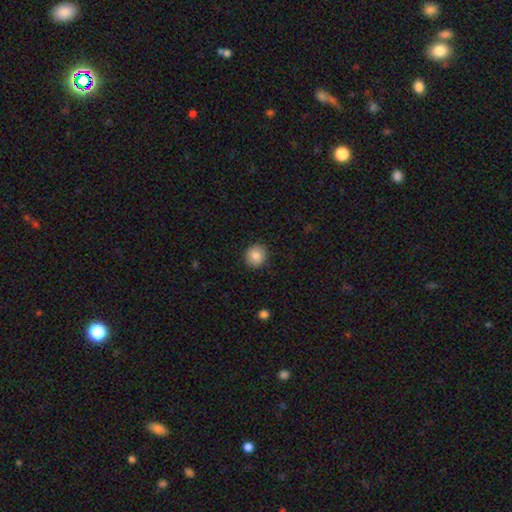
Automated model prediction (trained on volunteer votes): smooth-or-featured: smooth: 86% | star or artifact: 8% | featured or disk: 6%
  how-rounded: round: 85% | in between: 14% | cigar-shaped: 1%
  merging: none: 89% | minor disturbance: 8% | major disturbance: 2% | merger: 1%